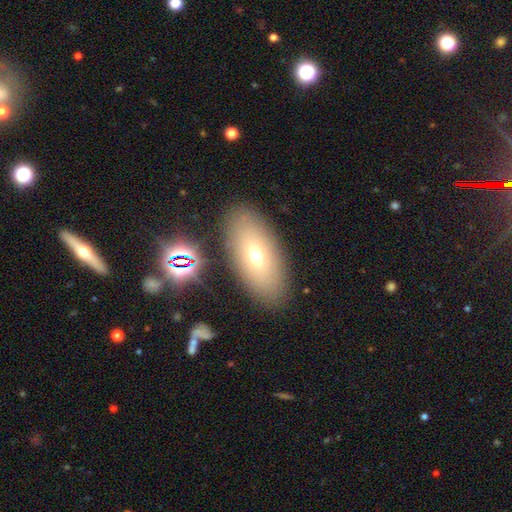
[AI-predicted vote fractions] smooth-or-featured: smooth: 62% | featured or disk: 26% | star or artifact: 13%
  how-rounded: in between: 87% | cigar-shaped: 8% | round: 6%
  merging: none: 84% | minor disturbance: 9% | major disturbance: 4% | merger: 3%